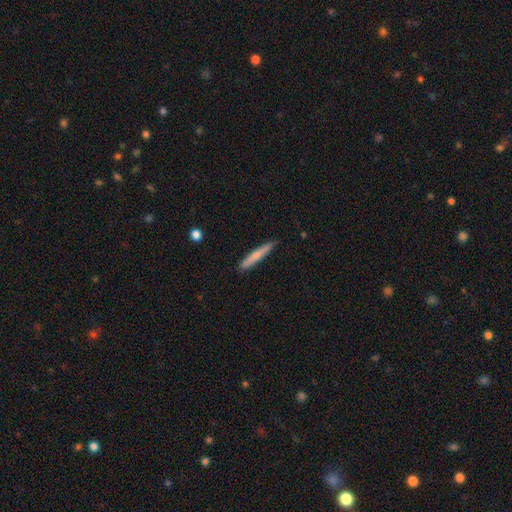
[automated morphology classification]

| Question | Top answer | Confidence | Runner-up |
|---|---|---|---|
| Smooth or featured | smooth | 68% | featured or disk (26%) |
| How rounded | cigar-shaped | 95% | in between (4%) |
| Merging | none | 88% | minor disturbance (10%) |